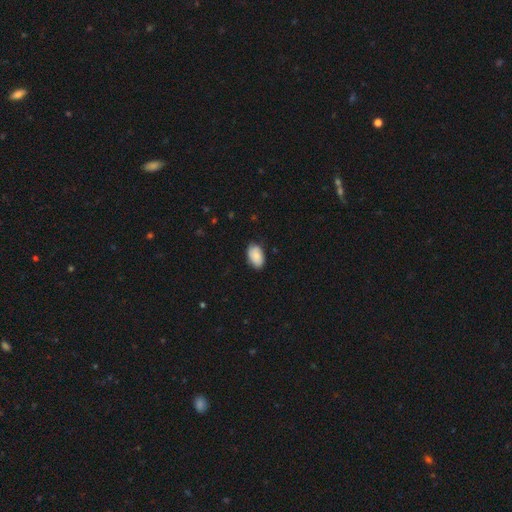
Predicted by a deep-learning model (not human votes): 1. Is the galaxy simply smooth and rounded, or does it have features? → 79% smooth, 14% featured or disk, 7% star or artifact.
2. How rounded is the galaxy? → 92% in between, 6% round, 1% cigar-shaped.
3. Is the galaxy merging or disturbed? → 77% none, 19% minor disturbance, 3% major disturbance, 1% merger.